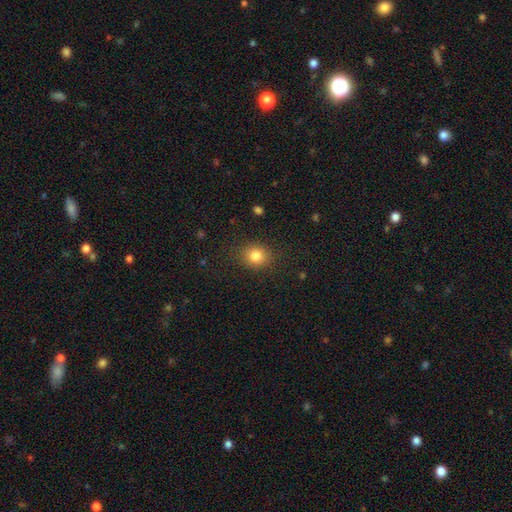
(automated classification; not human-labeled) Q: Smooth or featured?
A: smooth (82%); runner-up: star or artifact (11%)
Q: How rounded?
A: round (72%); runner-up: in between (27%)
Q: Merging?
A: none (86%); runner-up: minor disturbance (9%)